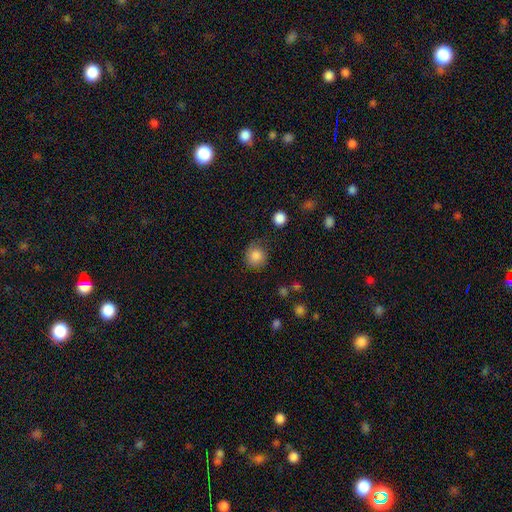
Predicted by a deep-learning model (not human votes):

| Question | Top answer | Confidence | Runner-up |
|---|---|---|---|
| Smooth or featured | smooth | 85% | star or artifact (9%) |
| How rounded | round | 87% | in between (12%) |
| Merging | none | 75% | minor disturbance (17%) |